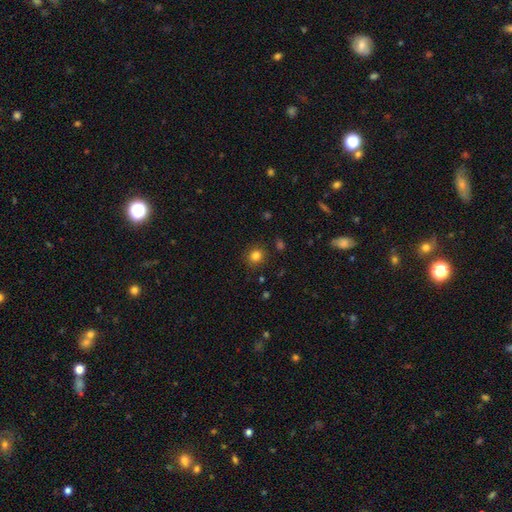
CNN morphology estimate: A smooth galaxy with no disk features (82%) that is round (86%). Merging: none (87%).